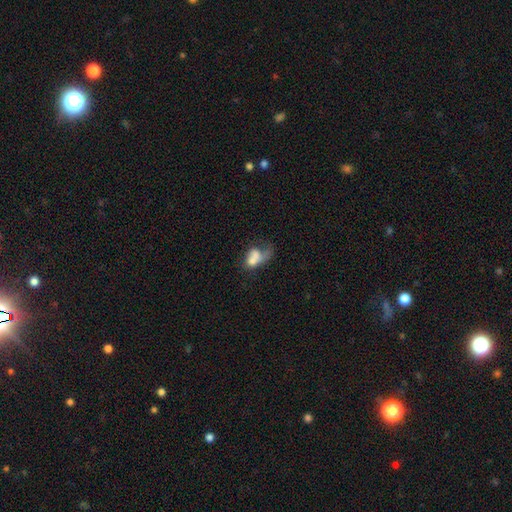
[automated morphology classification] The model was most divided on "merging": merger: 47%, major disturbance: 27%, none: 15%, minor disturbance: 11%. More confident: how rounded — in between (75%); smooth or featured — smooth (59%).